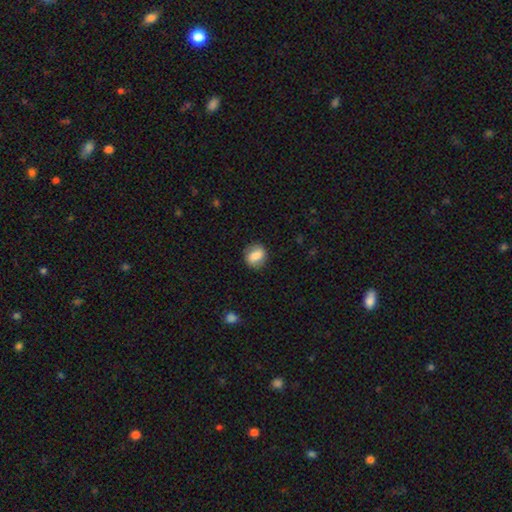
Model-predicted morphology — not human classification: Q: Smooth or featured?
A: smooth (76%); runner-up: featured or disk (17%)
Q: How rounded?
A: round (53%); runner-up: in between (45%)
Q: Merging?
A: none (83%); runner-up: minor disturbance (12%)